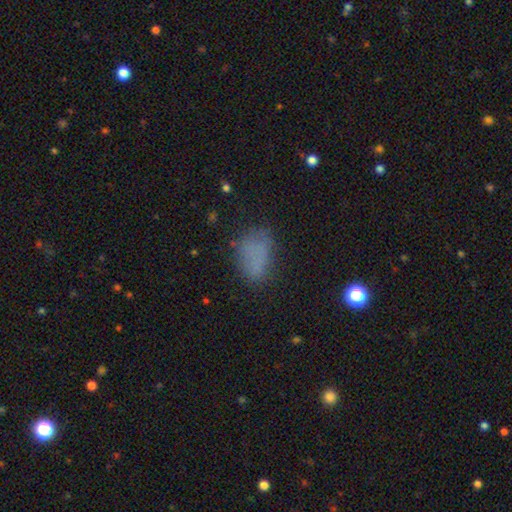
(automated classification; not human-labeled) smooth-or-featured: smooth: 71% | star or artifact: 16% | featured or disk: 13%
  how-rounded: in between: 86% | round: 11% | cigar-shaped: 3%
  merging: none: 62% | minor disturbance: 22% | major disturbance: 13% | merger: 3%